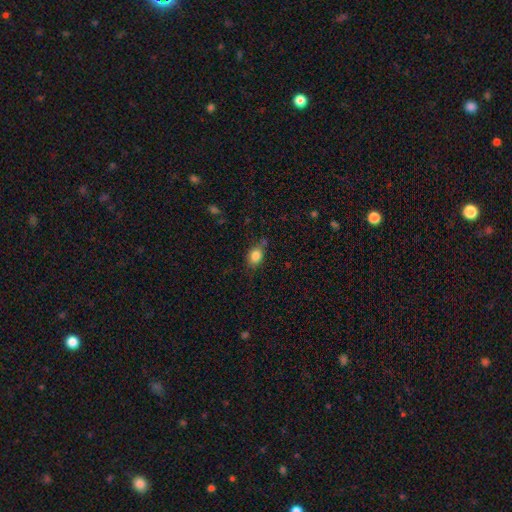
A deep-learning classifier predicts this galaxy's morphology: A smooth galaxy with no disk features (84%) that is in between round and cigar-shaped (73%).

Vote fractions:
- Smooth or featured? smooth: 84% / star or artifact: 9% / featured or disk: 7%
- How rounded? in between: 73% / round: 25% / cigar-shaped: 2%
- Merging? none: 69% / minor disturbance: 21% / major disturbance: 5% / merger: 4%